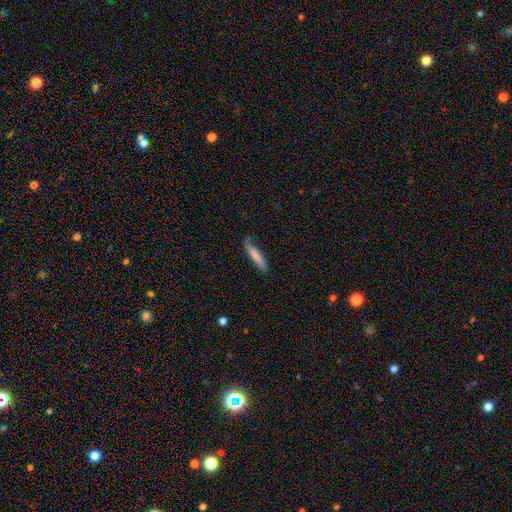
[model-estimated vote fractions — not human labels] This appears to be a smooth galaxy with no disk features (70%) that is cigar-shaped (83%). Merging: none (56%).